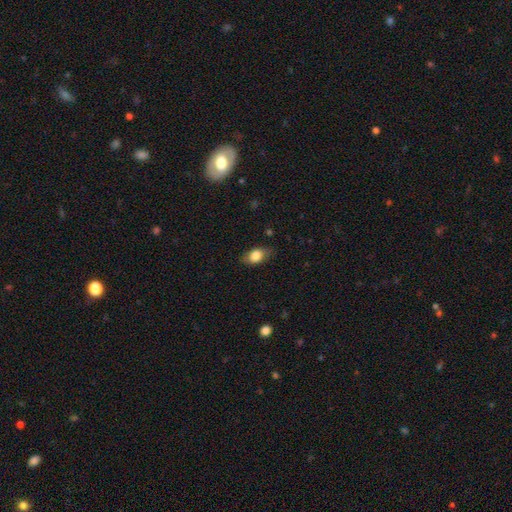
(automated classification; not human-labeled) Overall: smooth (81%). How rounded: in between (85%). Merging: none (78%).